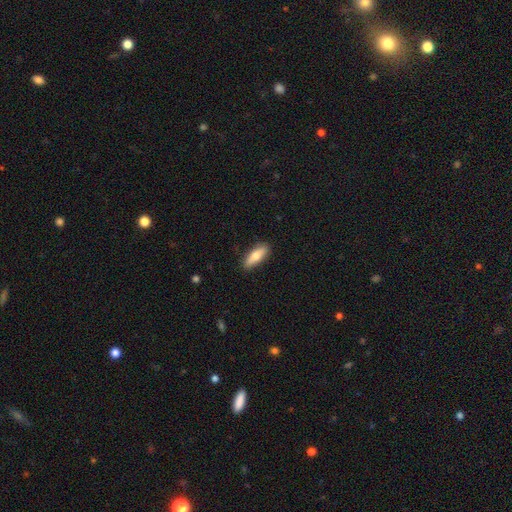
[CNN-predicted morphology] Q: Smooth or featured?
A: smooth (72%); runner-up: featured or disk (22%)
Q: How rounded?
A: in between (60%); runner-up: cigar-shaped (38%)
Q: Merging?
A: none (87%); runner-up: minor disturbance (10%)